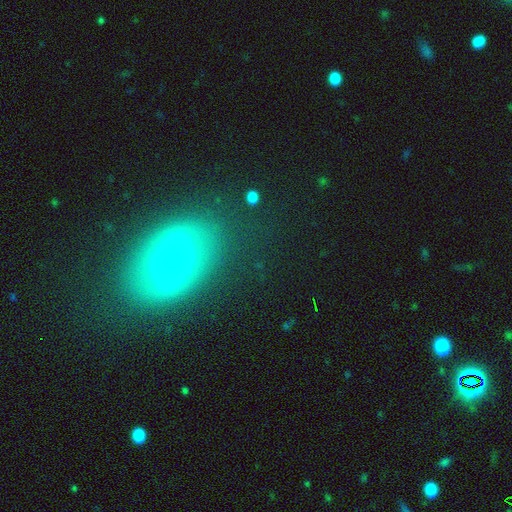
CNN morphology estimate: smooth_or_featured: smooth (p=0.45) [alt: featured or disk p=0.40]
merging: none (p=0.82) [alt: minor disturbance p=0.11]